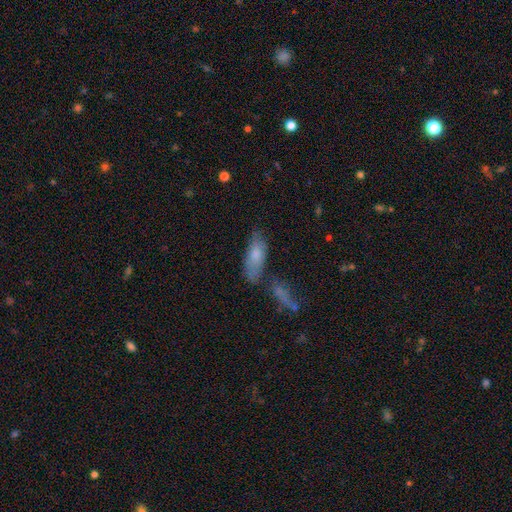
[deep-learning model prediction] This is likely a smooth galaxy (70%). How rounded: likely in between (66%). Merging: possibly none (55%).